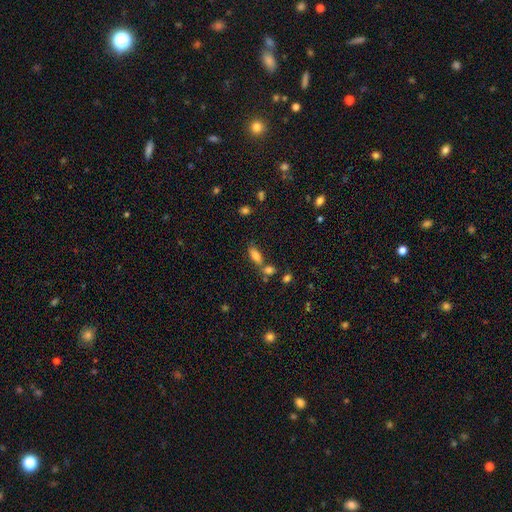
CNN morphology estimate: Smooth or featured?
  - smooth: 81% *
  - star or artifact: 11%
  - featured or disk: 8%
How rounded?
  - in between: 82% *
  - cigar-shaped: 14%
  - round: 4%
Merging?
  - none: 53% *
  - merger: 29%
  - minor disturbance: 13%
  - major disturbance: 5%